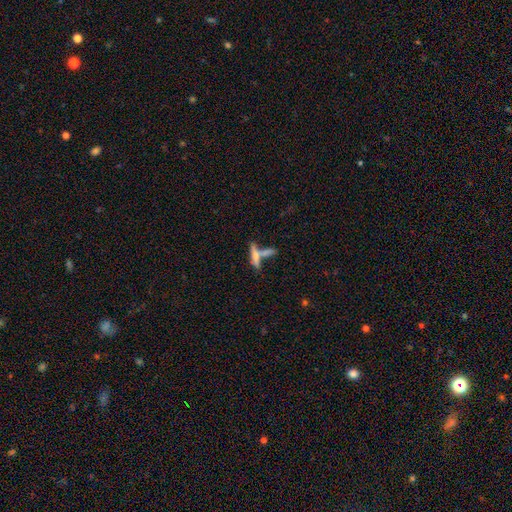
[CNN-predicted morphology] This appears to be a smooth galaxy with no disk features (45%, tied with featured or disk). Merging: none (46%).